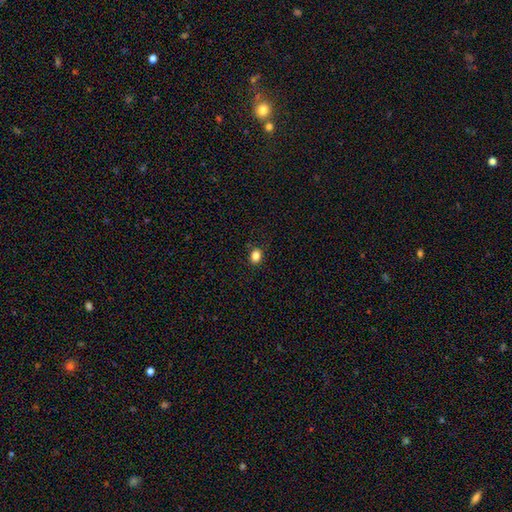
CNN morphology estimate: Smooth or featured? Predicted: smooth (p=0.84). How rounded? Predicted: in between (p=0.58). Merging? Predicted: none (p=0.87).